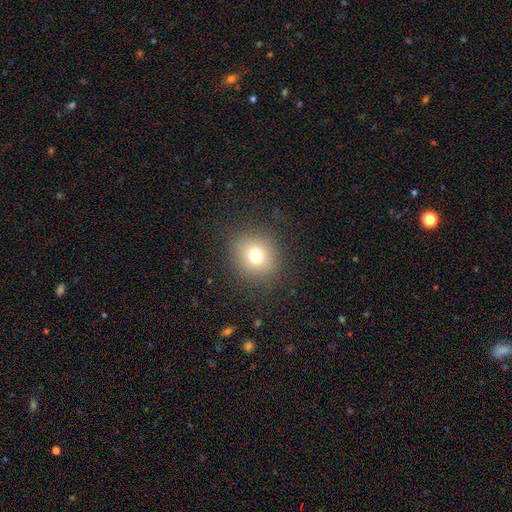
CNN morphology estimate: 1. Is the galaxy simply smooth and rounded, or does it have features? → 73% smooth, 15% star or artifact, 11% featured or disk.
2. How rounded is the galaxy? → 84% round, 15% in between, 1% cigar-shaped.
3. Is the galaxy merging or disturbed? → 87% none, 8% minor disturbance, 4% major disturbance, 1% merger.